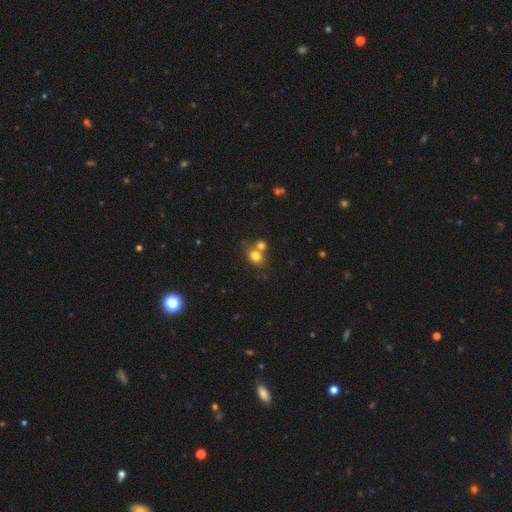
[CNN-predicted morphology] type=smooth (78%); roundness=round (57%); merging=none (46%).